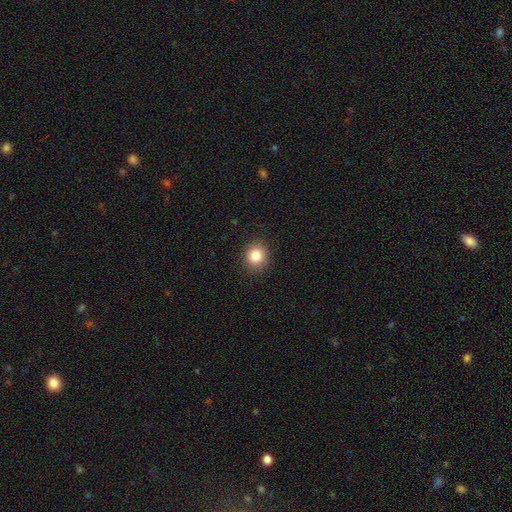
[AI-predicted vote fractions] The model was most divided on "how rounded": round: 80%, in between: 20%, cigar-shaped: 1%. More confident: merging — none (89%); smooth or featured — smooth (84%).